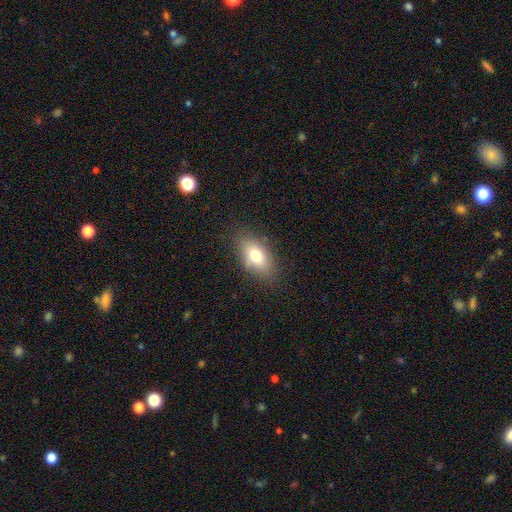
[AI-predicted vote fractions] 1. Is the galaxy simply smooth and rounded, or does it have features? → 75% smooth, 15% featured or disk, 9% star or artifact.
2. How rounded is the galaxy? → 88% in between, 8% round, 4% cigar-shaped.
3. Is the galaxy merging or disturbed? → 81% none, 14% minor disturbance, 4% major disturbance, 1% merger.